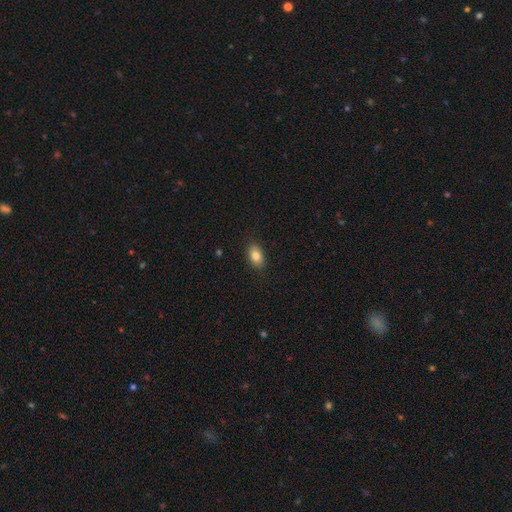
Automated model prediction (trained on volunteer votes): The model was most divided on "smooth or featured": smooth: 84%, star or artifact: 8%, featured or disk: 8%. More confident: how rounded — in between (88%); merging — none (87%).